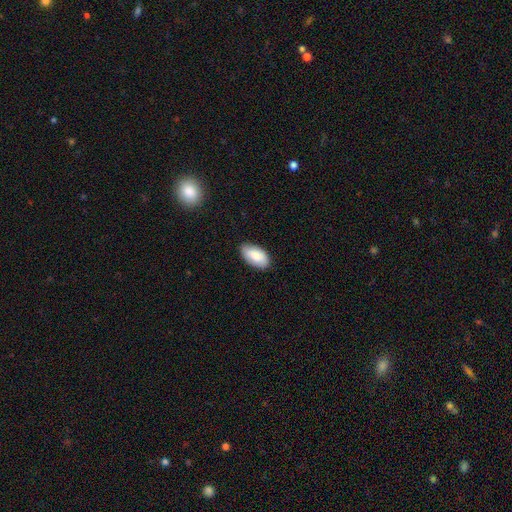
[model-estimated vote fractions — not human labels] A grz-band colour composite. It shows a smooth galaxy with no disk features (85%) that is in between round and cigar-shaped (95%). Merging: none (82%).